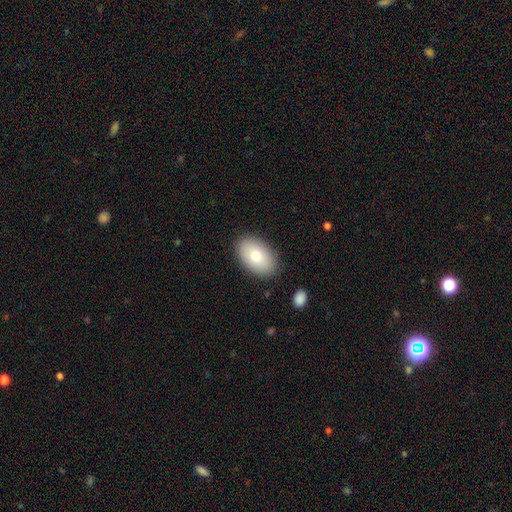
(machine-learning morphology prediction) Smooth or featured?
  - smooth: 76% *
  - featured or disk: 17%
  - star or artifact: 7%
How rounded?
  - in between: 90% *
  - round: 9%
  - cigar-shaped: 1%
Merging?
  - none: 87% *
  - minor disturbance: 10%
  - major disturbance: 2%
  - merger: 1%